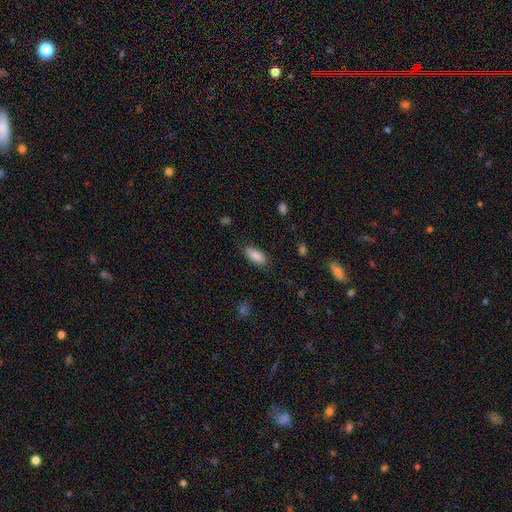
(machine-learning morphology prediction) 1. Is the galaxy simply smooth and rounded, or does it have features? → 87% smooth, 7% star or artifact, 6% featured or disk.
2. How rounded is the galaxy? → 86% in between, 12% cigar-shaped, 2% round.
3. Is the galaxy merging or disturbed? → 85% none, 11% minor disturbance, 3% major disturbance, 1% merger.